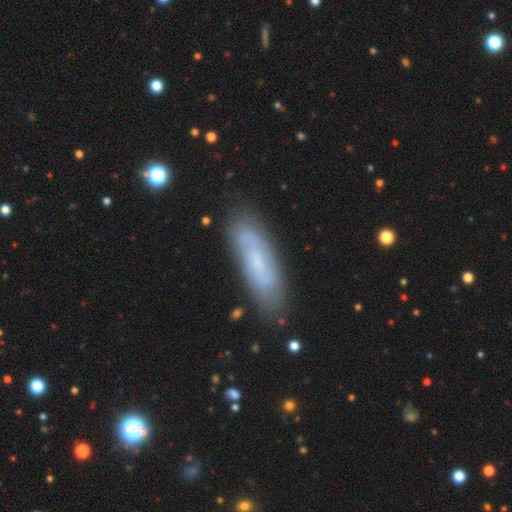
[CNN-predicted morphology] featured or disk 49%, smooth 42%, star or artifact 9%. Down the decision tree: merging — none (80%).